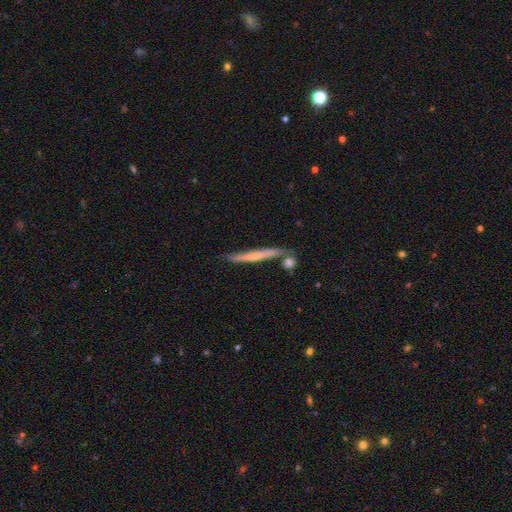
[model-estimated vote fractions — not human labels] Overall: featured or disk (52%; smooth 42%). Edge-on disk: yes (93%). Merging: none (73%).